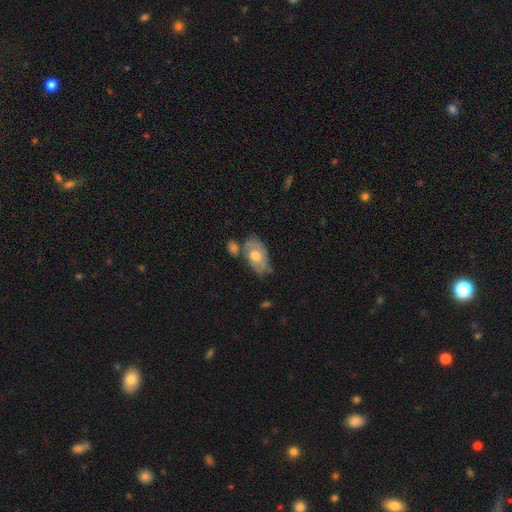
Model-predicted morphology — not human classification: type=smooth (49%); merging=none (45%).